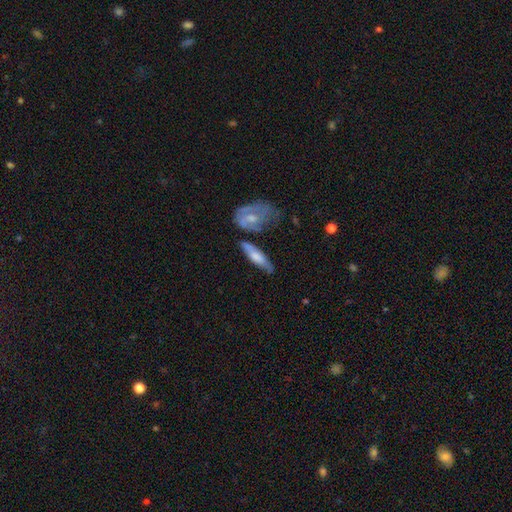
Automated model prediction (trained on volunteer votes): smooth-or-featured: smooth: 58% | featured or disk: 36% | star or artifact: 6%
  how-rounded: cigar-shaped: 60% | in between: 37% | round: 3%
  merging: none: 60% | minor disturbance: 22% | merger: 10% | major disturbance: 8%